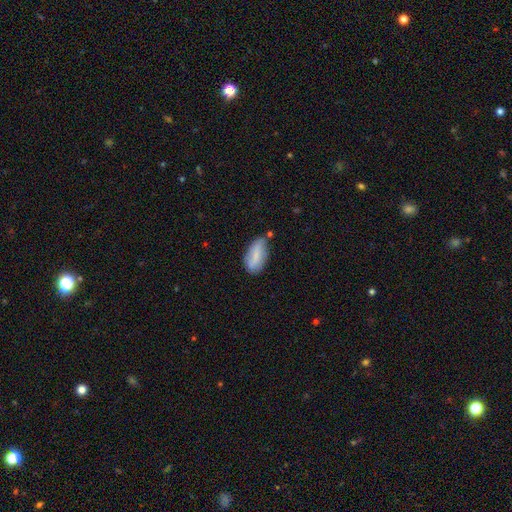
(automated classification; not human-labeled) Smooth or featured? Predicted: smooth (p=0.73). How rounded? Predicted: in between (p=0.87). Merging? Predicted: none (p=0.58).